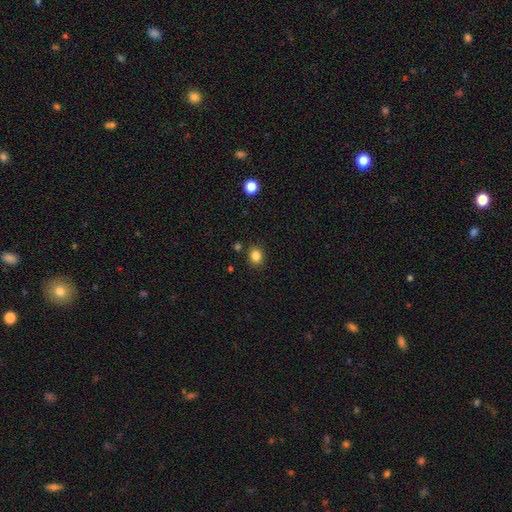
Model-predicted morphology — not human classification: A smooth galaxy with no disk features (84%) that is round (59%). Merging: none (85%).